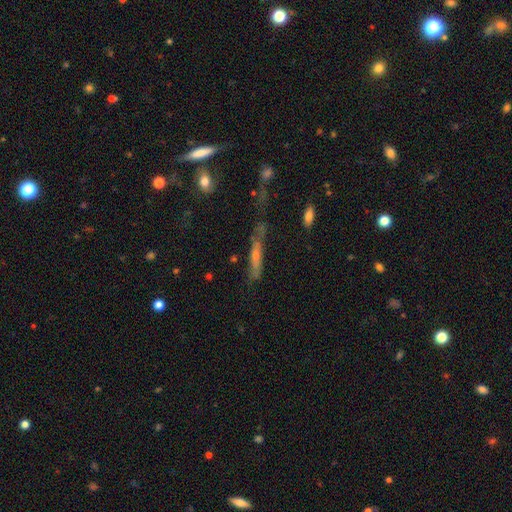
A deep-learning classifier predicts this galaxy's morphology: Smooth or featured? Predicted: featured or disk (p=0.44). Merging? Predicted: none (p=0.46).